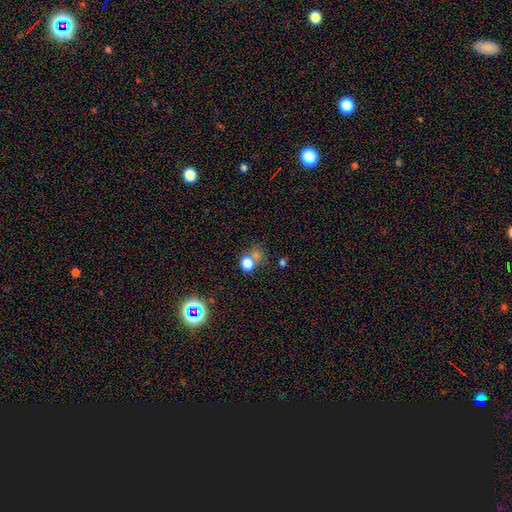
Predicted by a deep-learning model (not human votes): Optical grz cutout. It shows a smooth galaxy with no disk features (55%) that is round (76%). Merging: none (55%).